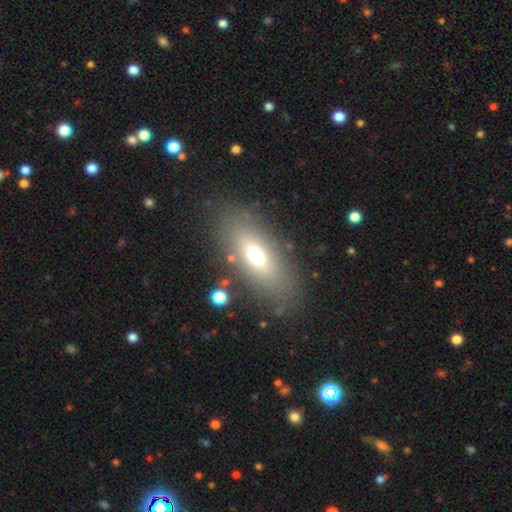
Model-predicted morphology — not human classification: smooth-or-featured: smooth: 64% | featured or disk: 23% | star or artifact: 14%
  how-rounded: in between: 76% | cigar-shaped: 16% | round: 8%
  merging: none: 79% | minor disturbance: 11% | major disturbance: 7% | merger: 3%